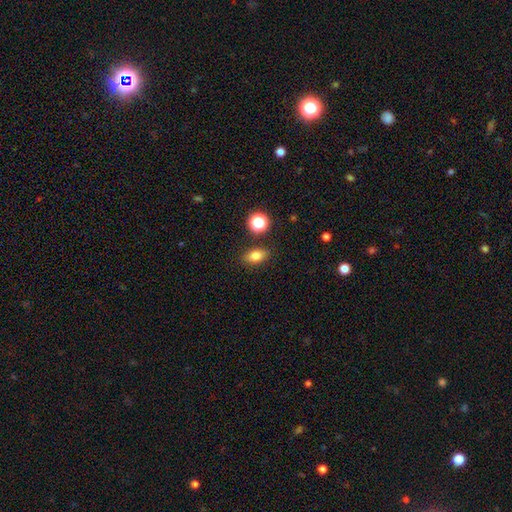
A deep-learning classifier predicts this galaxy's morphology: The model was most divided on "how rounded": in between: 78%, round: 17%, cigar-shaped: 5%. More confident: merging — none (85%); smooth or featured — smooth (78%).